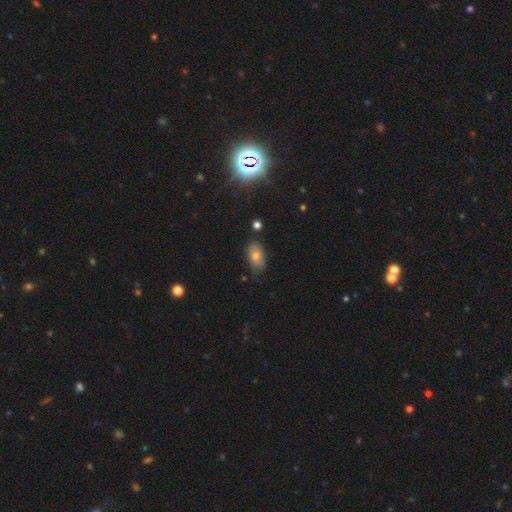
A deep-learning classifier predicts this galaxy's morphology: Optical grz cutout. It shows a smooth galaxy with no disk features (69%) that is in between round and cigar-shaped (88%). Merging: none (68%).